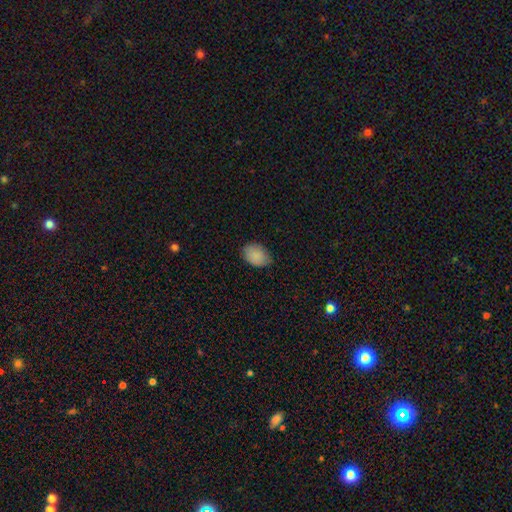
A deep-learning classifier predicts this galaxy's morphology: Smooth or featured? Predicted: smooth (p=0.88). How rounded? Predicted: in between (p=0.77). Merging? Predicted: none (p=0.75).